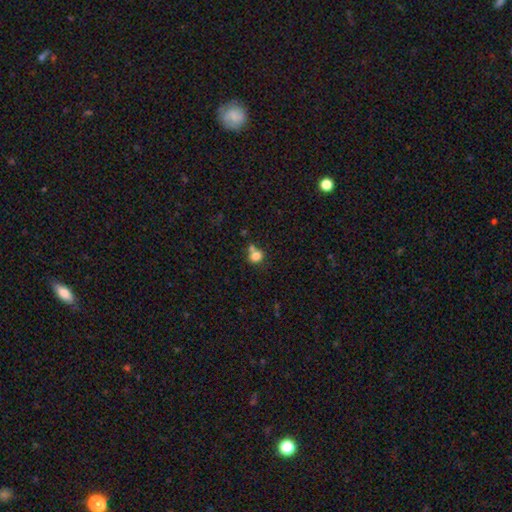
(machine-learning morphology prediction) Smooth or featured? Predicted: smooth (p=0.80). How rounded? Predicted: round (p=0.74). Merging? Predicted: none (p=0.48).